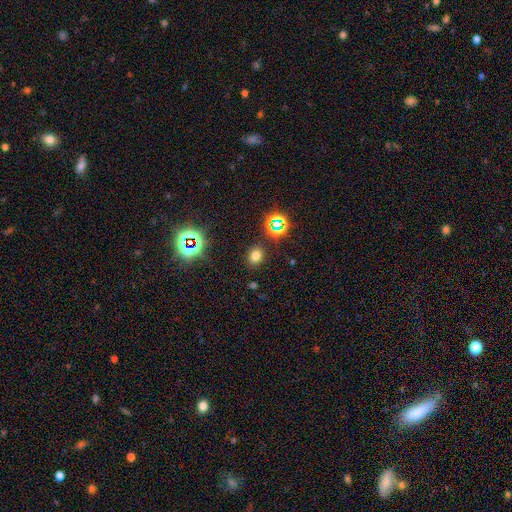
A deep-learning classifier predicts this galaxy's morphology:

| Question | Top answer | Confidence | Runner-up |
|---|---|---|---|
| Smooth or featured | smooth | 69% | star or artifact (25%) |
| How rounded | round | 53% | in between (46%) |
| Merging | none | 86% | minor disturbance (8%) |